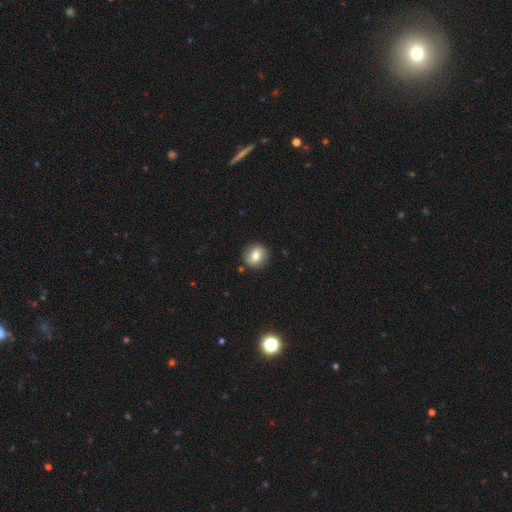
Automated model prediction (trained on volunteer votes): smooth-or-featured: smooth: 76% | featured or disk: 15% | star or artifact: 9%
  how-rounded: round: 80% | in between: 19% | cigar-shaped: 1%
  merging: none: 88% | minor disturbance: 8% | major disturbance: 2% | merger: 2%